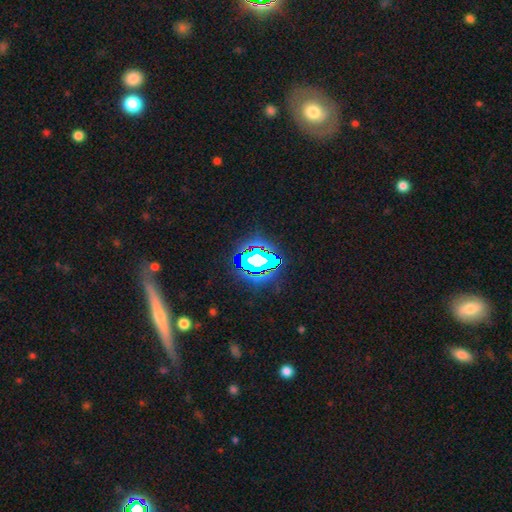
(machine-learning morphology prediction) The model was most divided on "smooth or featured": star or artifact: 64%, featured or disk: 18%, smooth: 18%.